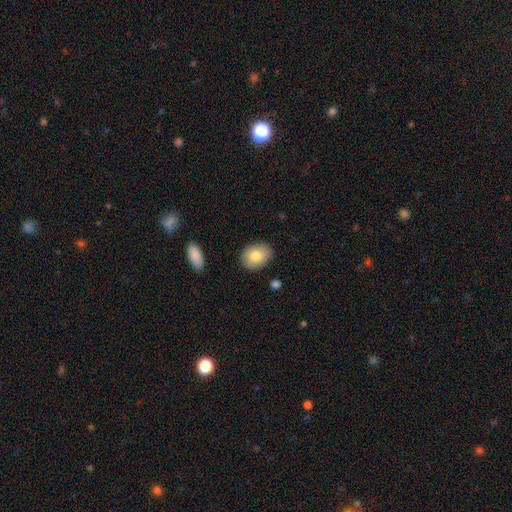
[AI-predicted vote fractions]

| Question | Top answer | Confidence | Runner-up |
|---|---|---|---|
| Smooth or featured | smooth | 80% | featured or disk (13%) |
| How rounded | in between | 72% | round (27%) |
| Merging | none | 87% | minor disturbance (10%) |